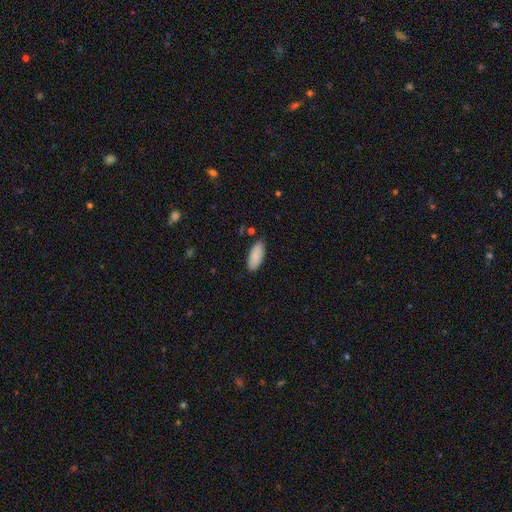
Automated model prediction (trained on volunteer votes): smooth 89%, star or artifact 6%, featured or disk 5%. Down the decision tree: how rounded — in between (85%); merging — none (85%).